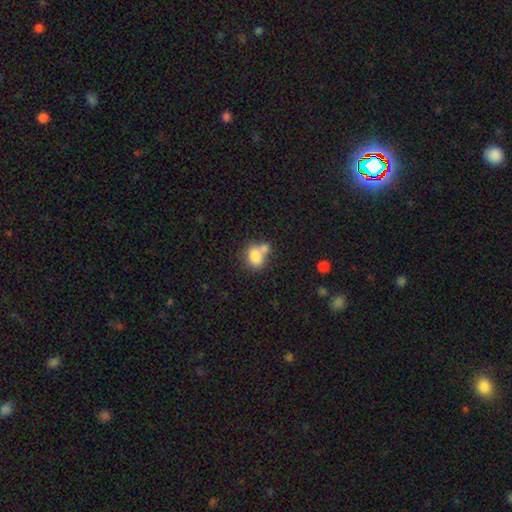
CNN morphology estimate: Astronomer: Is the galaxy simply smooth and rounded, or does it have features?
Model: smooth — 81%.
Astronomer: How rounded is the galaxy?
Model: in between — 62% (runner-up: round, 37%).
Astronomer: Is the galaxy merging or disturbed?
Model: merger — 45% (runner-up: none, 37%).